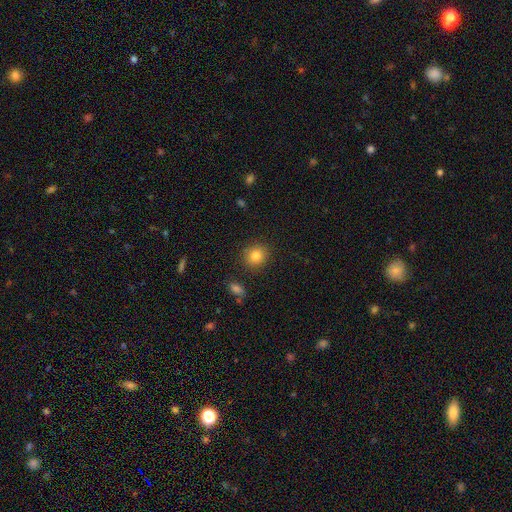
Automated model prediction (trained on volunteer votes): Smooth or featured?
  - smooth: 83% *
  - star or artifact: 10%
  - featured or disk: 6%
How rounded?
  - round: 80% *
  - in between: 19%
  - cigar-shaped: 1%
Merging?
  - none: 87% *
  - minor disturbance: 8%
  - major disturbance: 3%
  - merger: 2%